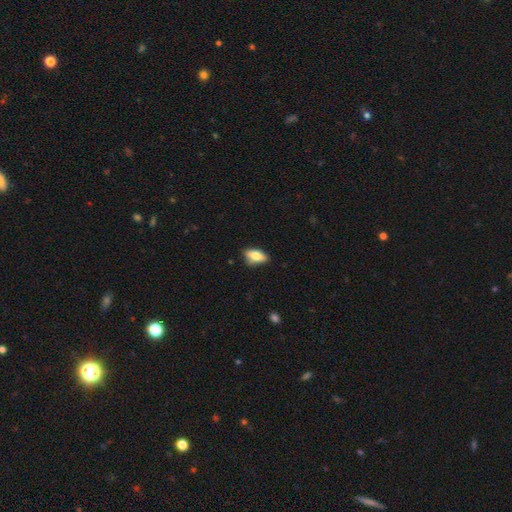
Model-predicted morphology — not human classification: type=smooth (74%); roundness=in between (85%); merging=none (76%).